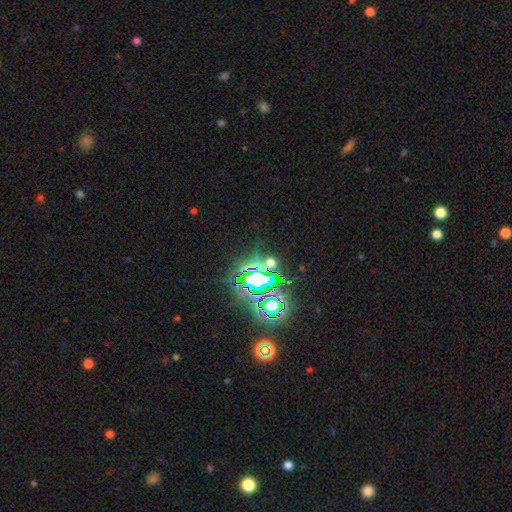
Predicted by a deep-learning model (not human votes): A star or artifact, not a galaxy (79%).

Vote fractions:
- Smooth or featured? star or artifact: 79% / smooth: 12% / featured or disk: 8%